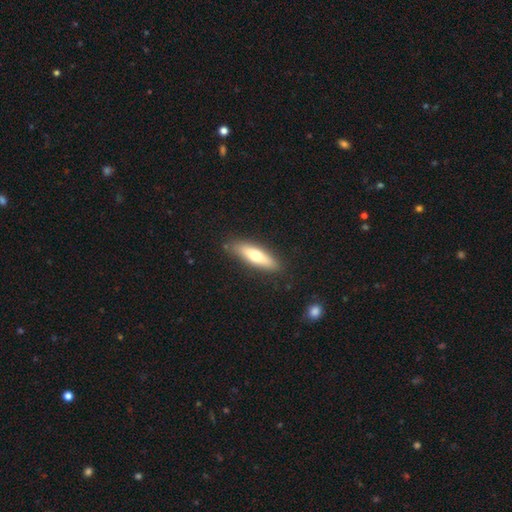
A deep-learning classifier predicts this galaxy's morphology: Smooth or featured?
  - smooth: 62% *
  - featured or disk: 32%
  - star or artifact: 6%
How rounded?
  - cigar-shaped: 62% *
  - in between: 36%
  - round: 2%
Merging?
  - none: 85% *
  - minor disturbance: 11%
  - major disturbance: 2%
  - merger: 2%